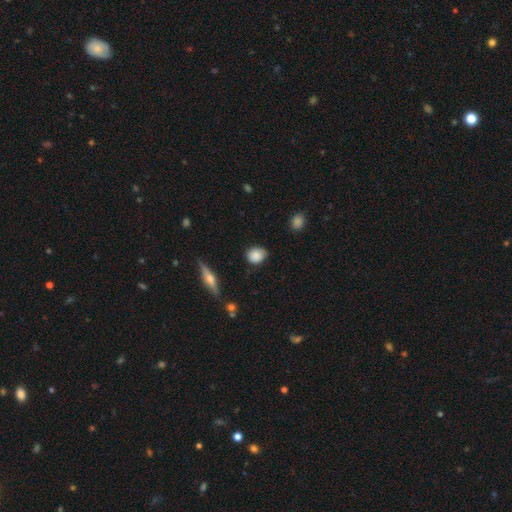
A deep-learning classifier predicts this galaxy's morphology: smooth_or_featured: smooth (p=0.83) [alt: star or artifact p=0.08]
how_rounded: round (p=0.55) [alt: in between p=0.43]
merging: none (p=0.75) [alt: minor disturbance p=0.20]